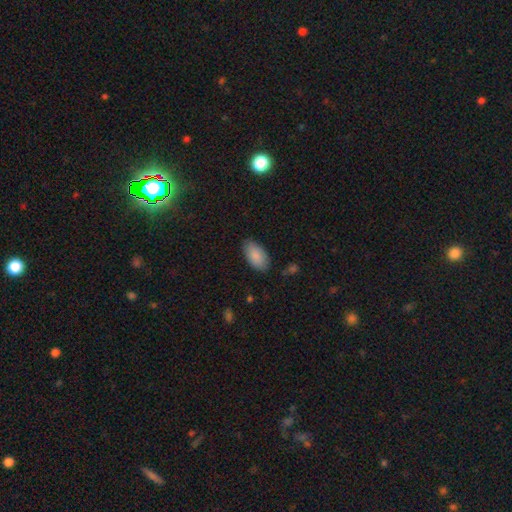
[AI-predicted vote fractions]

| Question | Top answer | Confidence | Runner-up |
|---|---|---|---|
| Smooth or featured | smooth | 87% | featured or disk (6%) |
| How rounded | in between | 95% | round (3%) |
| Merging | none | 82% | minor disturbance (14%) |